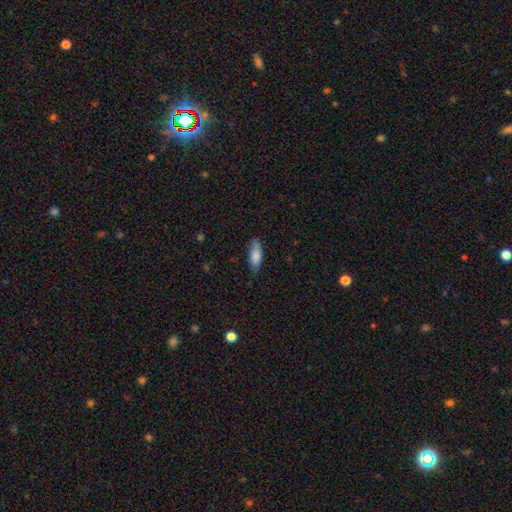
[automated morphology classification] Q: Smooth or featured?
A: smooth (79%); runner-up: featured or disk (14%)
Q: How rounded?
A: in between (71%); runner-up: cigar-shaped (27%)
Q: Merging?
A: none (71%); runner-up: minor disturbance (23%)